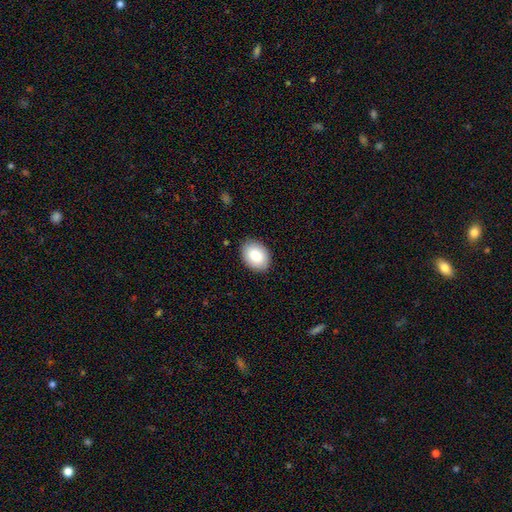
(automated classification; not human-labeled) The model was most divided on "how rounded": in between: 79%, round: 20%, cigar-shaped: 1%. More confident: merging — none (87%); smooth or featured — smooth (86%).